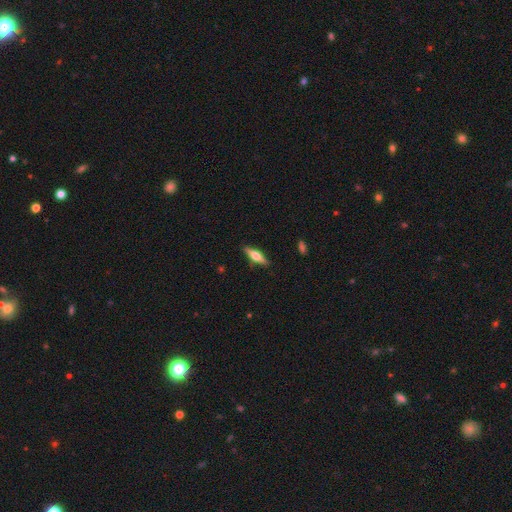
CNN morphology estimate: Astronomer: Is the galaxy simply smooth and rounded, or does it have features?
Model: featured or disk — 55% (runner-up: smooth, 39%).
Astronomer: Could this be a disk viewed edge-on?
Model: yes — 95%.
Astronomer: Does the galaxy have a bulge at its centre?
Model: rounded — 92%.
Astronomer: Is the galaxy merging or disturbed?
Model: none — 88%.